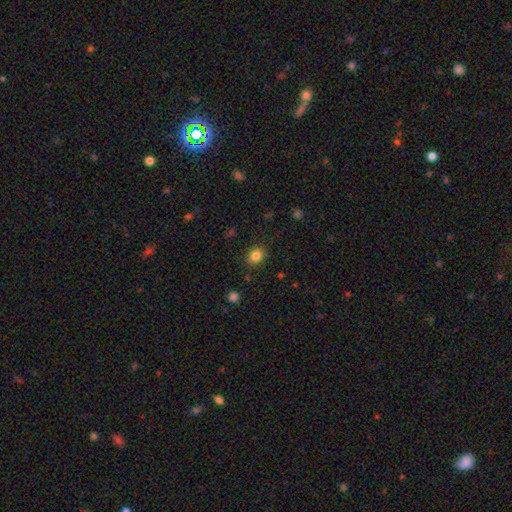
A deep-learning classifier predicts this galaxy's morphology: Smooth or featured?
  - smooth: 84% *
  - star or artifact: 11%
  - featured or disk: 5%
How rounded?
  - round: 63% *
  - in between: 36%
  - cigar-shaped: 1%
Merging?
  - none: 86% *
  - minor disturbance: 10%
  - major disturbance: 3%
  - merger: 1%